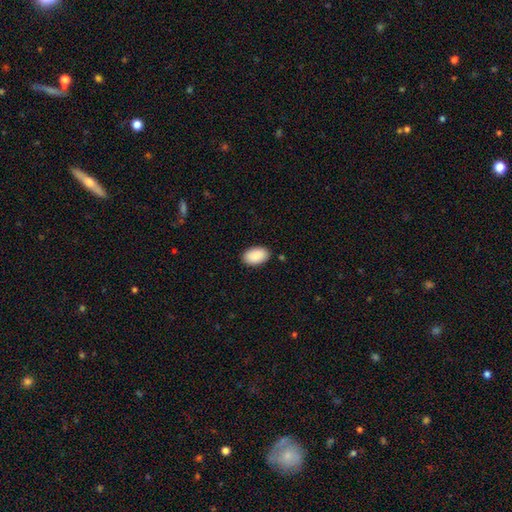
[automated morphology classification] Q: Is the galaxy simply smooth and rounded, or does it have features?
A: smooth — 90%.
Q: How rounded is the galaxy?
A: in between — 93%.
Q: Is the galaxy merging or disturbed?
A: none — 88%.